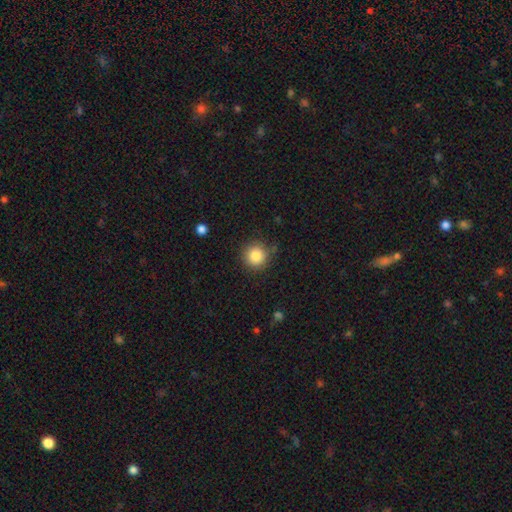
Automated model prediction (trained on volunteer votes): Overall: smooth (84%). How rounded: round (95%). Merging: none (86%).